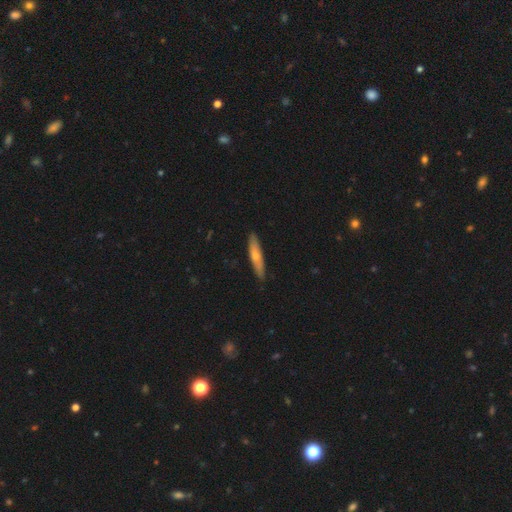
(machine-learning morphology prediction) The model was most divided on "smooth or featured": smooth: 58%, featured or disk: 37%, star or artifact: 5%. More confident: merging — none (89%); how rounded — cigar-shaped (85%).